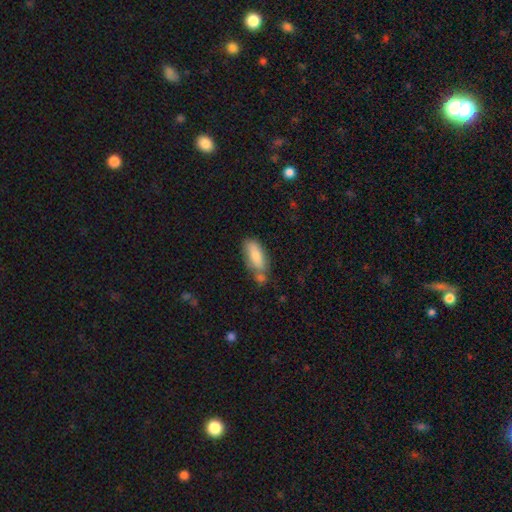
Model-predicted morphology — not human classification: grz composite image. It shows a smooth galaxy with no disk features (79%) that is in between round and cigar-shaped (76%). Merging: none (51%).